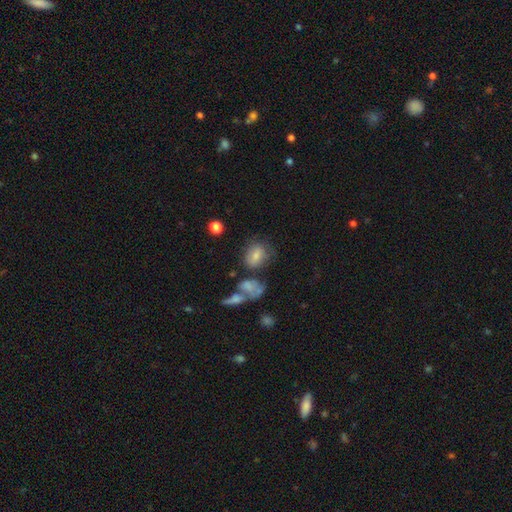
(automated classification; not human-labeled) A smooth galaxy with no disk features (58%) that is in between round and cigar-shaped (60%).

Vote fractions:
- Smooth or featured? smooth: 58% / featured or disk: 27% / star or artifact: 15%
- How rounded? in between: 60% / round: 37% / cigar-shaped: 2%
- Merging? none: 49% / minor disturbance: 19% / merger: 18% / major disturbance: 14%